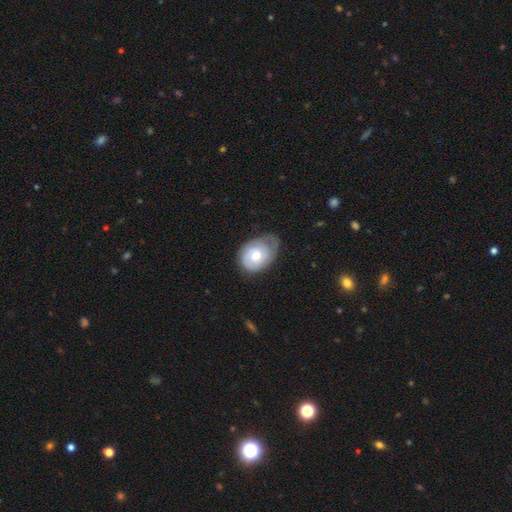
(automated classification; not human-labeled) A featured or disk galaxy (48%). Merging: none (45%).